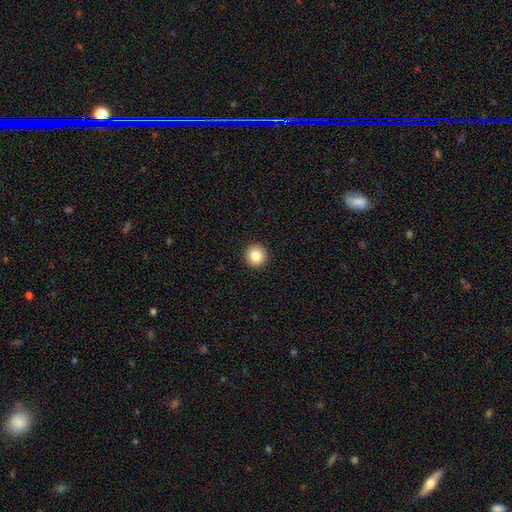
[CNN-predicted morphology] A smooth galaxy with no disk features (84%) that is round (95%). Merging: none (94%).